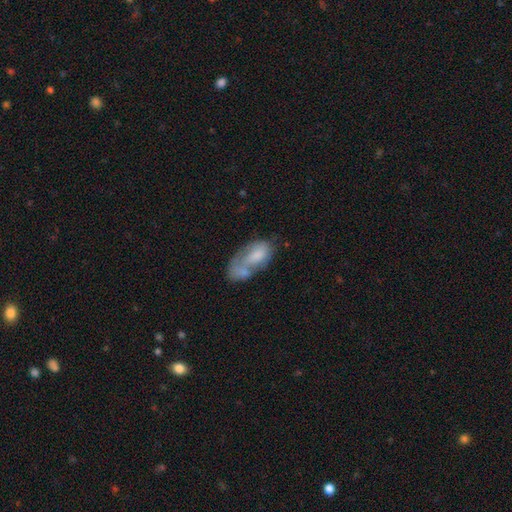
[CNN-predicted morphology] Smooth or featured: smooth — 61% (featured or disk — 32%)
How rounded: in between — 91% (cigar-shaped — 5%)
Merging: merger — 39% (none — 24%)